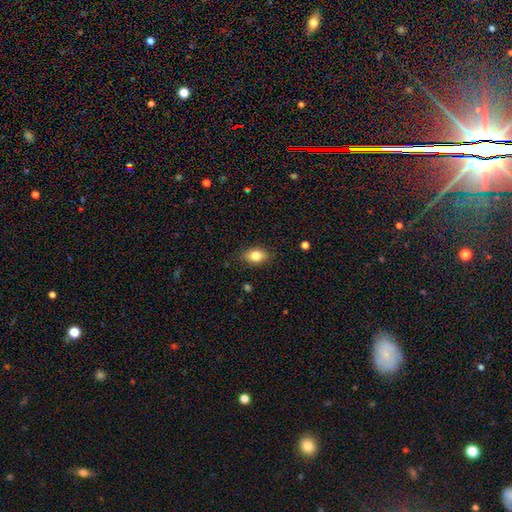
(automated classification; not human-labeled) This appears to be a smooth galaxy with no disk features (82%) that is in between round and cigar-shaped (83%). Merging: none (84%).